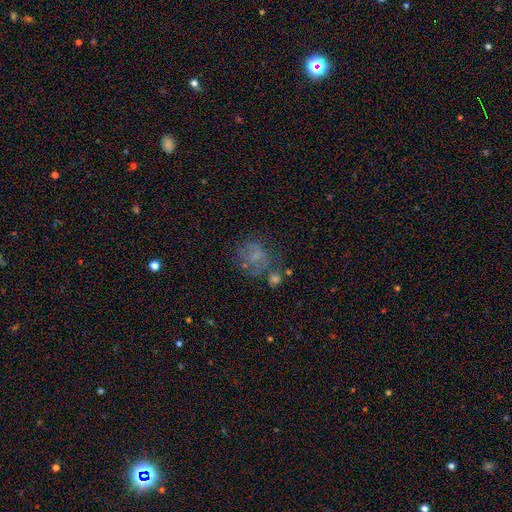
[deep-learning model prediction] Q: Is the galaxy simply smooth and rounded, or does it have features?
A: smooth — 42%.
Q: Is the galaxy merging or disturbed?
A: none — 45%.